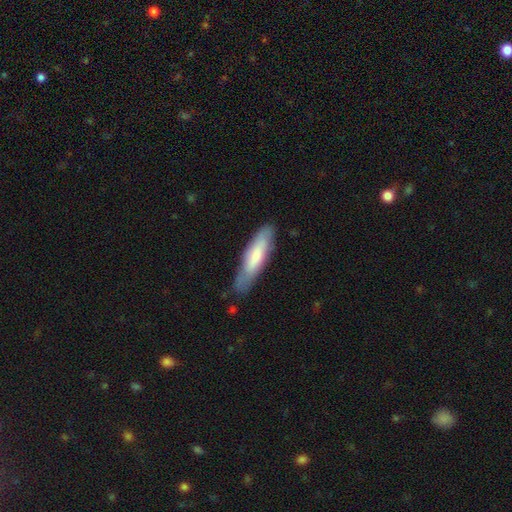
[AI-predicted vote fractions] Smooth or featured?
  - smooth: 67% *
  - featured or disk: 28%
  - star or artifact: 6%
How rounded?
  - cigar-shaped: 69% *
  - in between: 30%
  - round: 1%
Merging?
  - none: 73% *
  - minor disturbance: 21%
  - major disturbance: 4%
  - merger: 2%